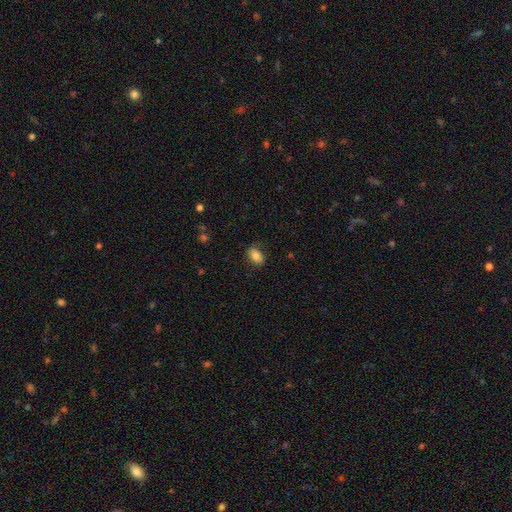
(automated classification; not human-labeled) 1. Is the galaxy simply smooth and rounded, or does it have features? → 83% smooth, 9% featured or disk, 8% star or artifact.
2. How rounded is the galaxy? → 88% in between, 10% round, 2% cigar-shaped.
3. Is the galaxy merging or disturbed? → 81% none, 14% minor disturbance, 4% major disturbance, 1% merger.